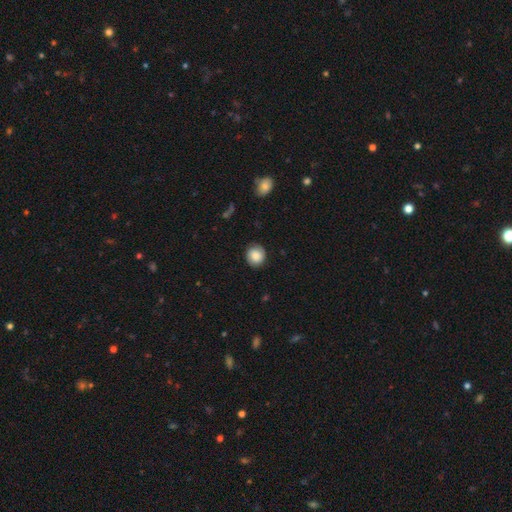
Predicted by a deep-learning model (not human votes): A smooth galaxy with no disk features (83%) that is round (86%). Merging: none (85%).